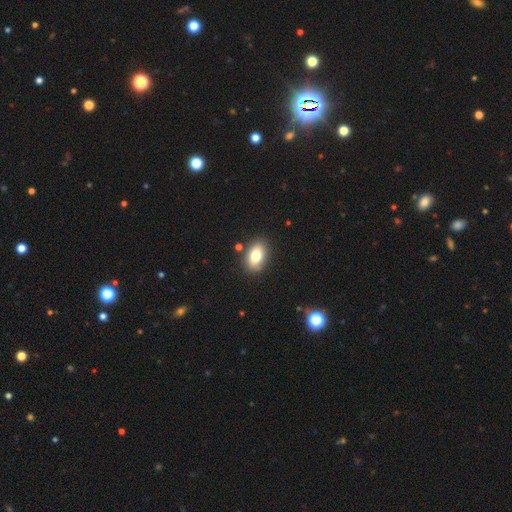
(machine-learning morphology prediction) Smooth or featured?
  - smooth: 78% *
  - featured or disk: 13%
  - star or artifact: 9%
How rounded?
  - in between: 88% *
  - round: 11%
  - cigar-shaped: 2%
Merging?
  - none: 84% *
  - minor disturbance: 10%
  - merger: 3%
  - major disturbance: 3%